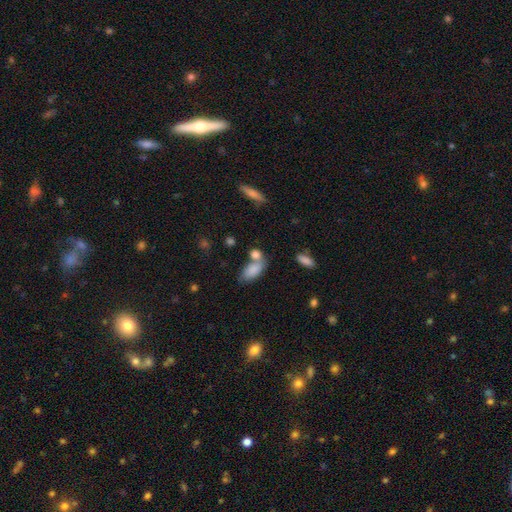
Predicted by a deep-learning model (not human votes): Smooth or featured?
  - smooth: 83% *
  - star or artifact: 8%
  - featured or disk: 8%
How rounded?
  - in between: 82% *
  - round: 12%
  - cigar-shaped: 6%
Merging?
  - none: 43% *
  - merger: 37%
  - minor disturbance: 14%
  - major disturbance: 6%